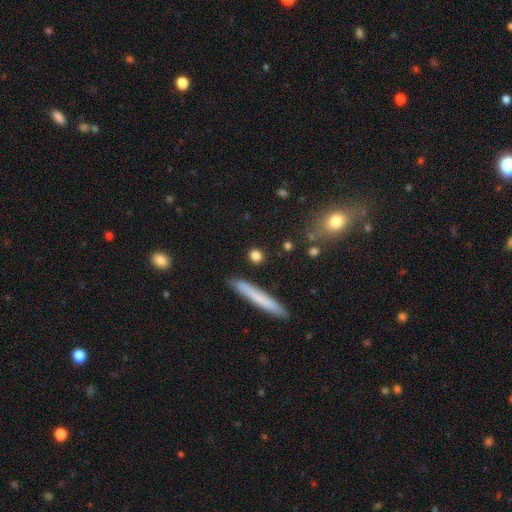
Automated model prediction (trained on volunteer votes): This appears to be a smooth galaxy with no disk features (81%) that is round (66%). Merging: none (88%).